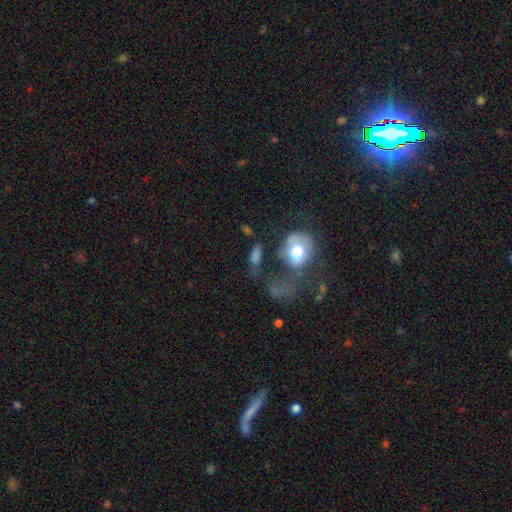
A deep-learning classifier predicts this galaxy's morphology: Smooth or featured? smooth (67%)
How rounded? in between (66%)
Merging? major disturbance (32%, tied with none)